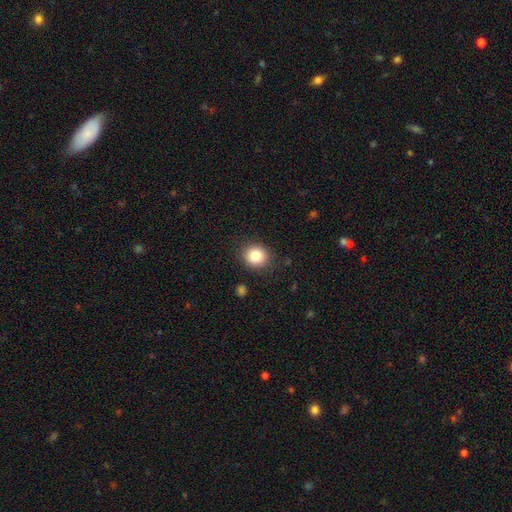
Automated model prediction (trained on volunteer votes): Smooth or featured? Predicted: smooth (p=0.83). How rounded? Predicted: round (p=0.85). Merging? Predicted: none (p=0.88).